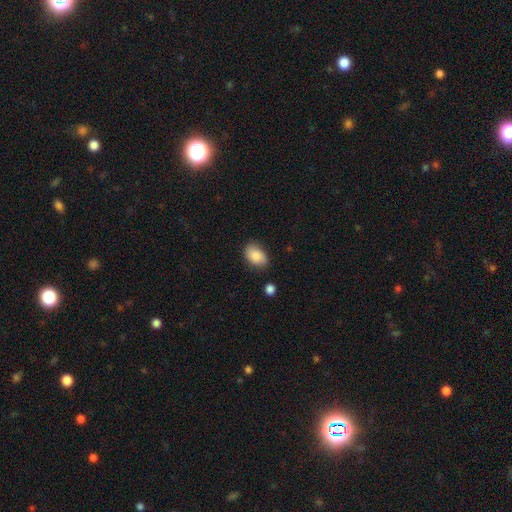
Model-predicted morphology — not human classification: This appears to be a smooth galaxy with no disk features (83%) that is in between round and cigar-shaped (86%). Merging: none (78%).